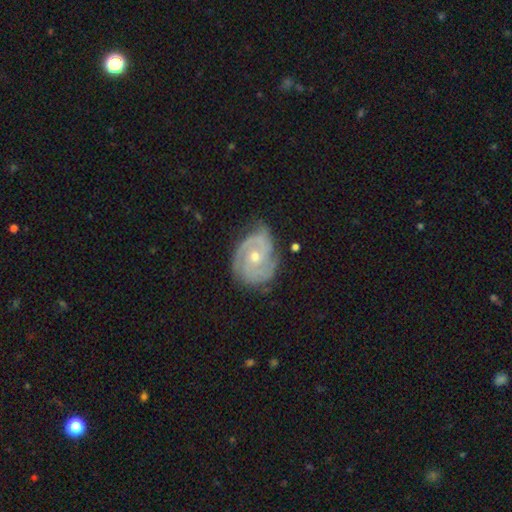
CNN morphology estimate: Smooth or featured?
  - featured or disk: 87% *
  - smooth: 8%
  - star or artifact: 5%
Edge-on disk?
  - no: 97% *
  - yes: 3%
Bar?
  - no: 74% *
  - weak: 22%
  - strong: 5%
Spiral arms?
  - yes: 96% *
  - no: 4%
Spiral winding?
  - tight: 63% *
  - medium: 31%
  - loose: 6%
Spiral arm count?
  - 3: 37% *
  - 2: 36%
  - can't tell: 14%
  - 4: 5%
  - 1: 4%
  - more than 4: 4%
Bulge size?
  - moderate: 51% *
  - small: 46%
  - large: 1%
  - none: 1%
  - dominant: 1%
Merging?
  - none: 68% *
  - minor disturbance: 24%
  - major disturbance: 7%
  - merger: 2%